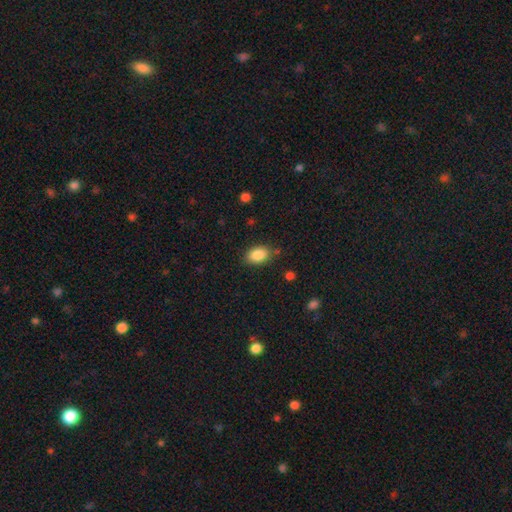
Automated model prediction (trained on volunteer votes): This appears to be a smooth galaxy with no disk features (87%) that is in between round and cigar-shaped (89%). Merging: none (82%).